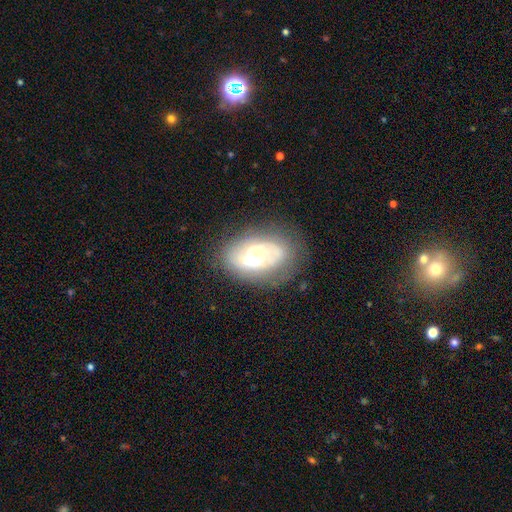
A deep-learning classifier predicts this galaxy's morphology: type=featured or disk (76%); edge-on=no (96%); bar=no (60%); spiral arms=yes (87%); winding=tight (49%); arm count=2 (59%); bulge=moderate (59%); merging=none (73%).